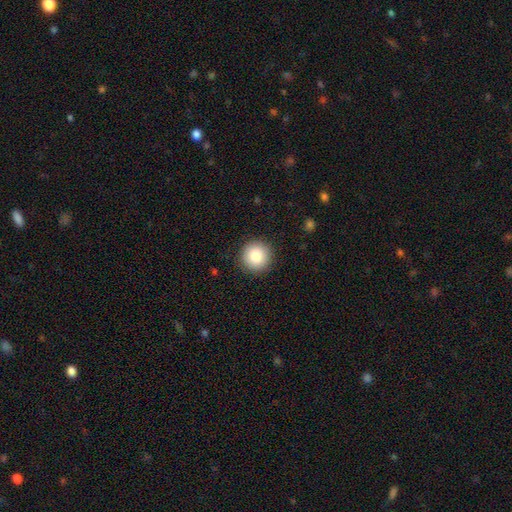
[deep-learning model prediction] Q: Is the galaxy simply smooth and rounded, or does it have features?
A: smooth — 85%.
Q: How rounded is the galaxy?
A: round — 95%.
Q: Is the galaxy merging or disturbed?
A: none — 91%.